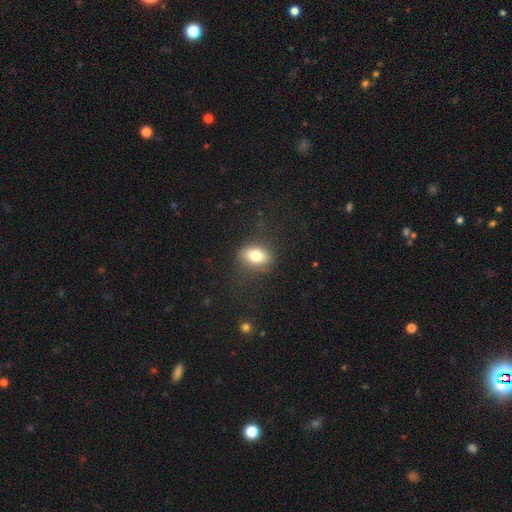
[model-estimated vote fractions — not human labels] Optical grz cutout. It shows a smooth galaxy with no disk features (78%) that is in between round and cigar-shaped (79%). Merging: none (74%).